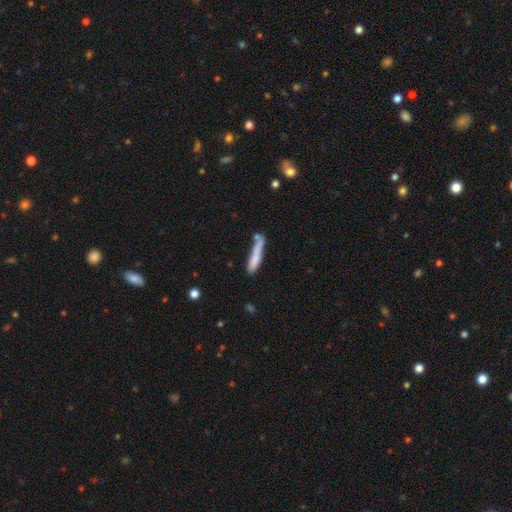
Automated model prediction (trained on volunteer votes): Q: Smooth or featured?
A: smooth (71%); runner-up: featured or disk (22%)
Q: How rounded?
A: cigar-shaped (92%); runner-up: in between (7%)
Q: Merging?
A: none (59%); runner-up: minor disturbance (22%)